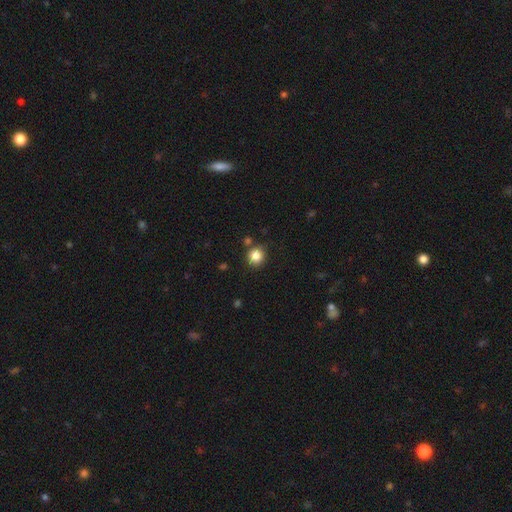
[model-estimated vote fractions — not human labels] This appears to be a smooth galaxy with no disk features (84%) that is round (90%). Merging: none (81%).